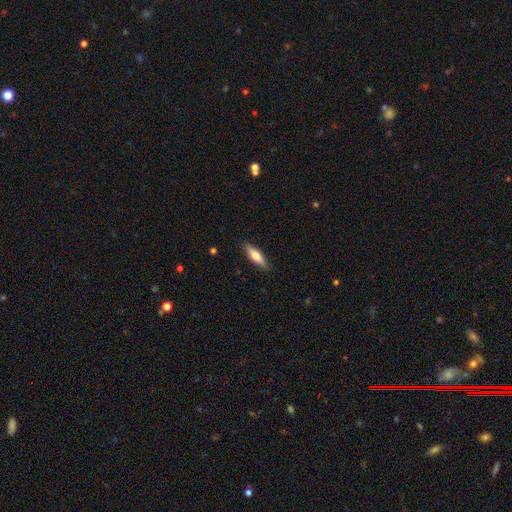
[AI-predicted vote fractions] This is likely a smooth galaxy (64%). How rounded: possibly cigar-shaped (57%). Merging: clearly none (88%).